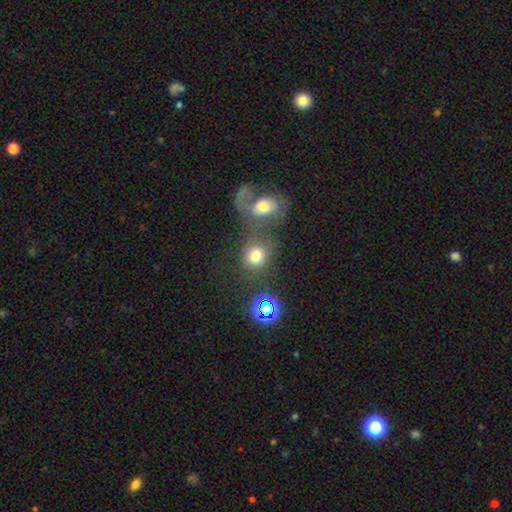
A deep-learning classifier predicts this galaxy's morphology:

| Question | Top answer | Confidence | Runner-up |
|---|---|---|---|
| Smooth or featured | smooth | 73% | star or artifact (16%) |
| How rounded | round | 76% | in between (23%) |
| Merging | none | 47% | merger (36%) |